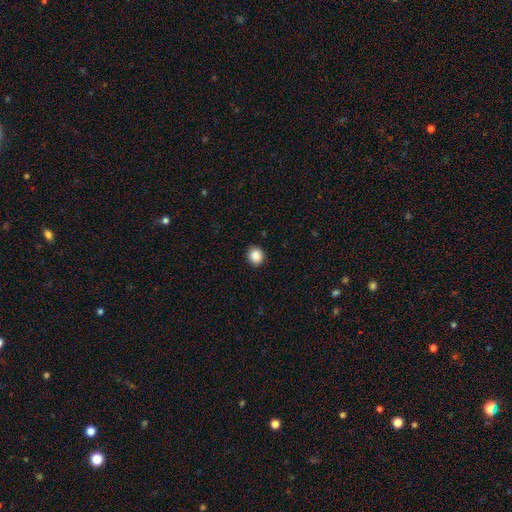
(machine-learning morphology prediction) Smooth or featured? Predicted: smooth (p=0.88). How rounded? Predicted: round (p=0.88). Merging? Predicted: none (p=0.91).